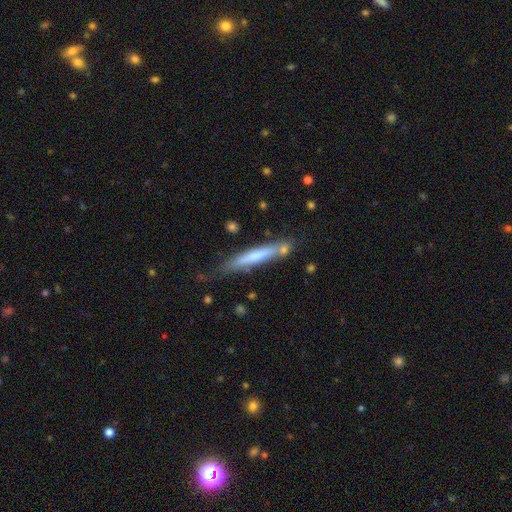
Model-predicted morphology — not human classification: Smooth or featured?
  - smooth: 56% *
  - featured or disk: 38%
  - star or artifact: 6%
How rounded?
  - cigar-shaped: 94% *
  - in between: 5%
  - round: 1%
Merging?
  - none: 66% *
  - minor disturbance: 21%
  - merger: 8%
  - major disturbance: 5%